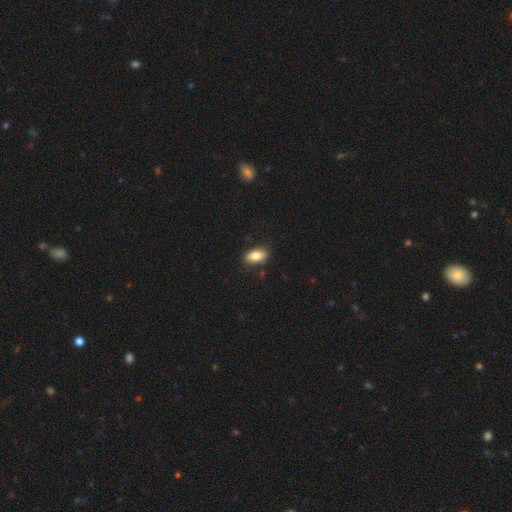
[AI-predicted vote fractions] Overall: smooth (84%). How rounded: in between (91%). Merging: none (86%).